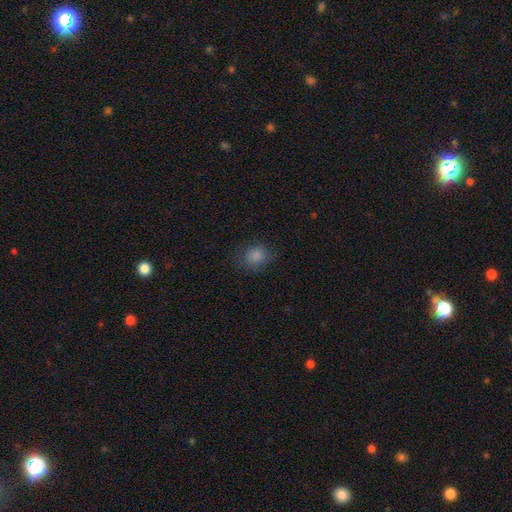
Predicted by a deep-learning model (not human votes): Smooth or featured?
  - smooth: 84% *
  - star or artifact: 11%
  - featured or disk: 5%
How rounded?
  - round: 66% *
  - in between: 33%
  - cigar-shaped: 1%
Merging?
  - none: 77% *
  - minor disturbance: 16%
  - major disturbance: 6%
  - merger: 1%